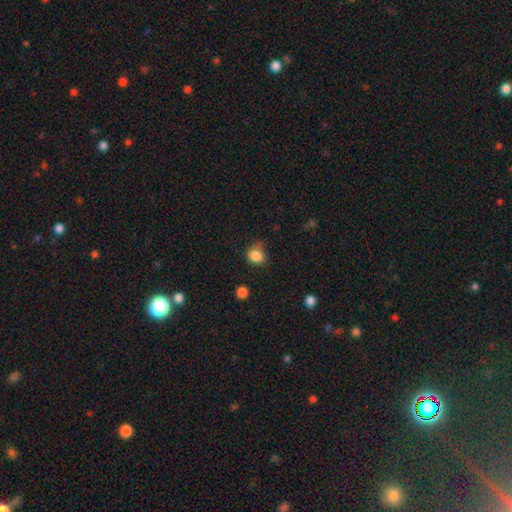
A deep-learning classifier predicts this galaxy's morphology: smooth-or-featured: smooth: 84% | star or artifact: 11% | featured or disk: 5%
  how-rounded: round: 62% | in between: 37% | cigar-shaped: 1%
  merging: none: 54% | minor disturbance: 32% | major disturbance: 9% | merger: 5%